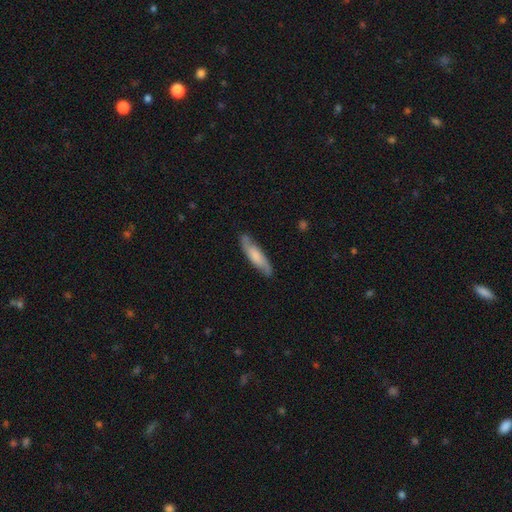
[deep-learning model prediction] Smooth or featured? smooth (55%)
How rounded? cigar-shaped (71%)
Merging? none (81%)